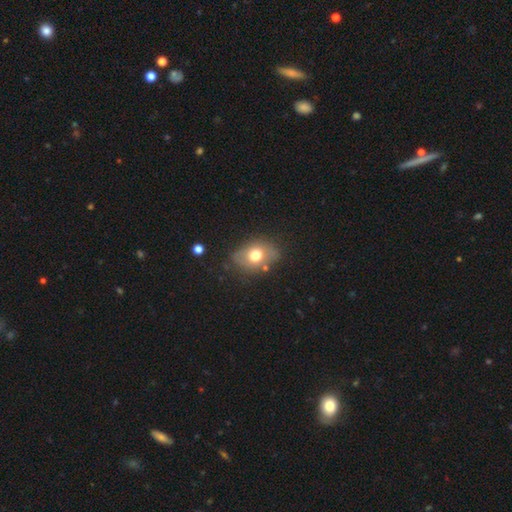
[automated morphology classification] Q: Smooth or featured?
A: smooth (66%); runner-up: featured or disk (24%)
Q: How rounded?
A: in between (67%); runner-up: round (32%)
Q: Merging?
A: none (73%); runner-up: minor disturbance (18%)